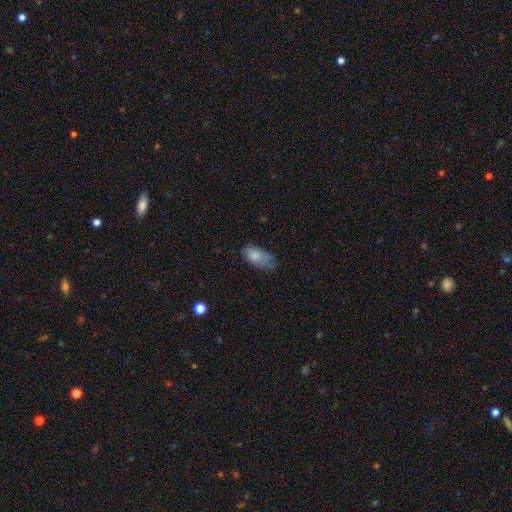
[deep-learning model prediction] Smooth or featured: smooth — 78% (featured or disk — 14%)
How rounded: in between — 92% (cigar-shaped — 4%)
Merging: none — 46% (minor disturbance — 37%)